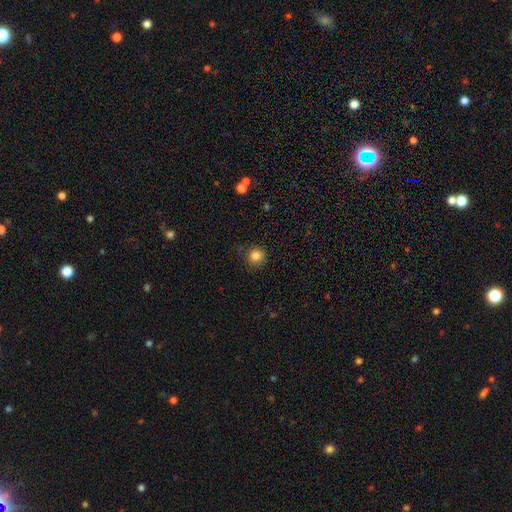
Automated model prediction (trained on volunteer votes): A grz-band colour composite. It shows a smooth galaxy with no disk features (84%) that is round (93%). Merging: none (87%).